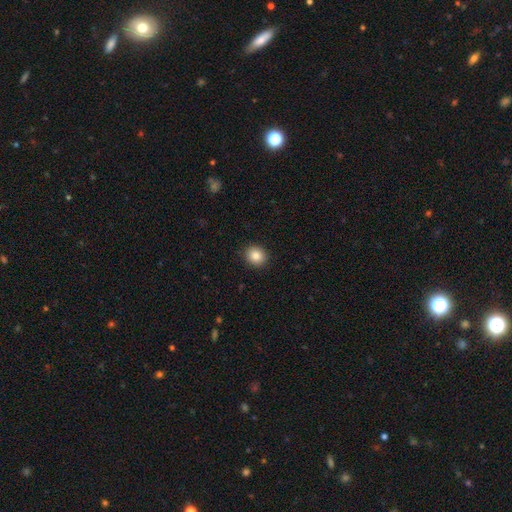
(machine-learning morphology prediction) smooth_or_featured: smooth (p=0.85) [alt: star or artifact p=0.10]
how_rounded: round (p=0.79) [alt: in between p=0.20]
merging: none (p=0.91) [alt: minor disturbance p=0.06]